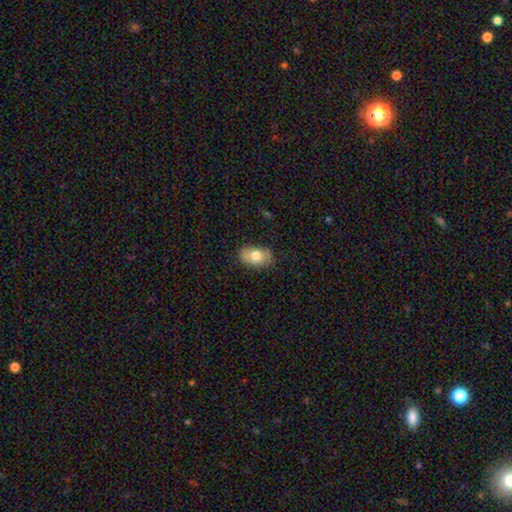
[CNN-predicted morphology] Smooth or featured? smooth (76%)
How rounded? in between (89%)
Merging? none (83%)